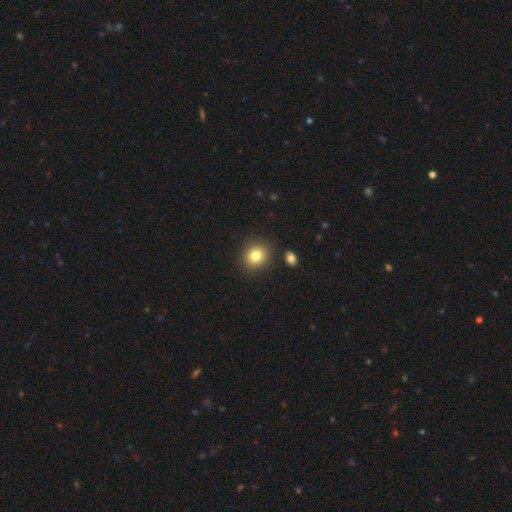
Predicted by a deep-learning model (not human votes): Overall: smooth (81%). How rounded: round (80%). Merging: none (87%).